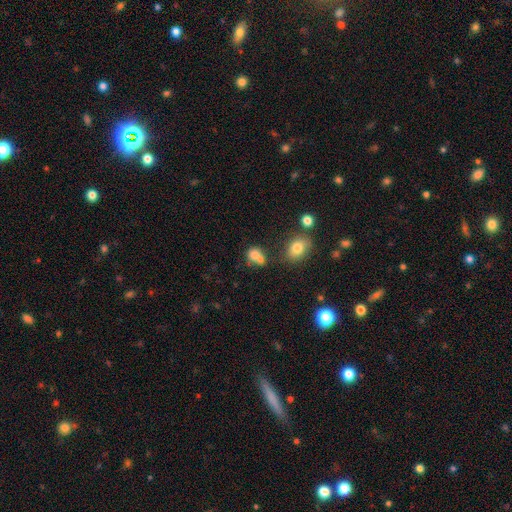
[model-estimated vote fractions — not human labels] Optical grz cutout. It shows a smooth galaxy with no disk features (76%) that is round (63%). Merging: merger (44%).